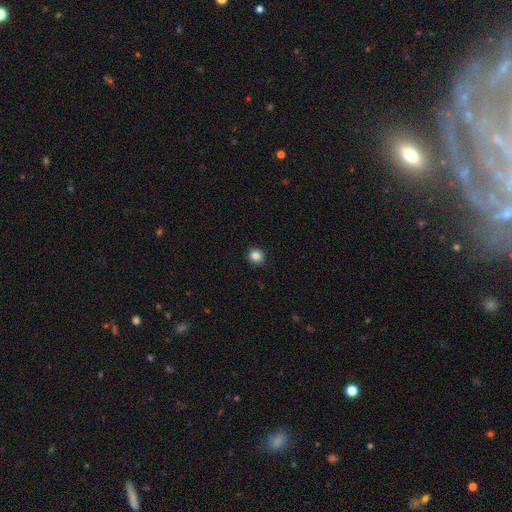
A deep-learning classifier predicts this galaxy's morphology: The model was most divided on "how rounded": round: 82%, in between: 17%, cigar-shaped: 1%. More confident: merging — none (91%); smooth or featured — smooth (86%).